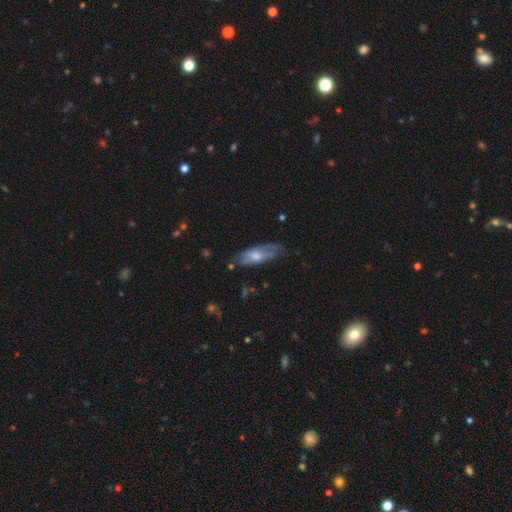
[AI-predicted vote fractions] A smooth galaxy with no disk features (50%). Merging: none (53%).